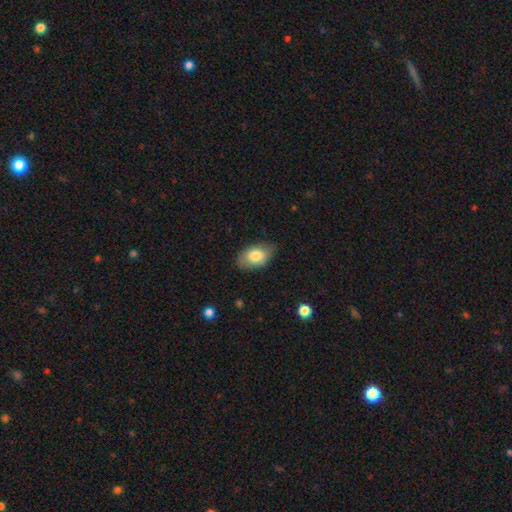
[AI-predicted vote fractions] Smooth or featured? smooth (79%)
How rounded? in between (91%)
Merging? none (77%)